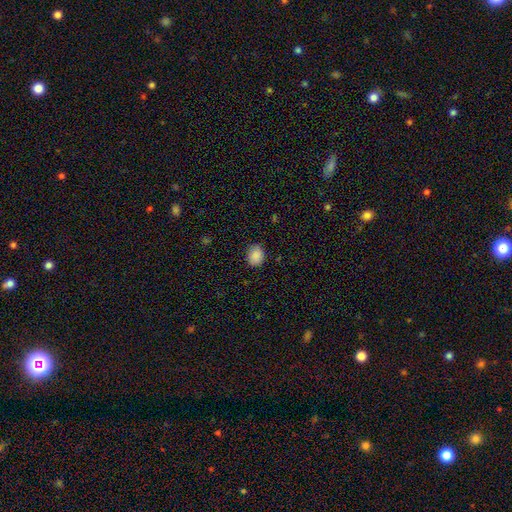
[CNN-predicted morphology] Smooth or featured? Predicted: smooth (p=0.89). How rounded? Predicted: round (p=0.54). Merging? Predicted: none (p=0.82).